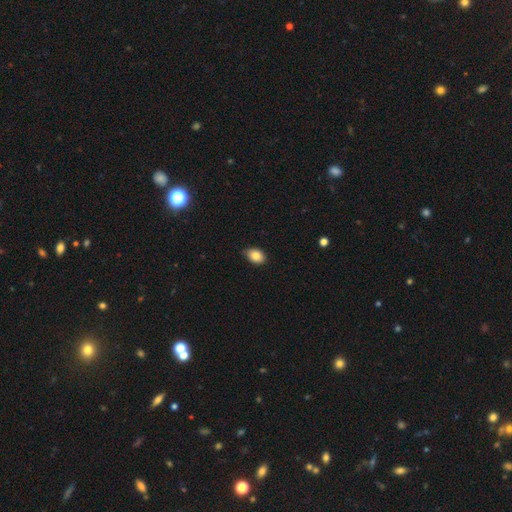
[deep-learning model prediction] A smooth galaxy with no disk features (85%) that is in between round and cigar-shaped (83%). Merging: none (78%).